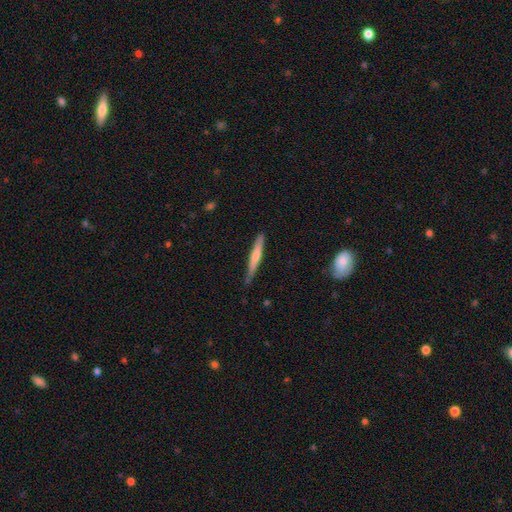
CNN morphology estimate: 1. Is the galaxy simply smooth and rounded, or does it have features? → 56% smooth, 39% featured or disk, 5% star or artifact.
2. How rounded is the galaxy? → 95% cigar-shaped, 4% in between, 1% round.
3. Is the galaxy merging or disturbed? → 78% none, 17% minor disturbance, 2% major disturbance, 2% merger.